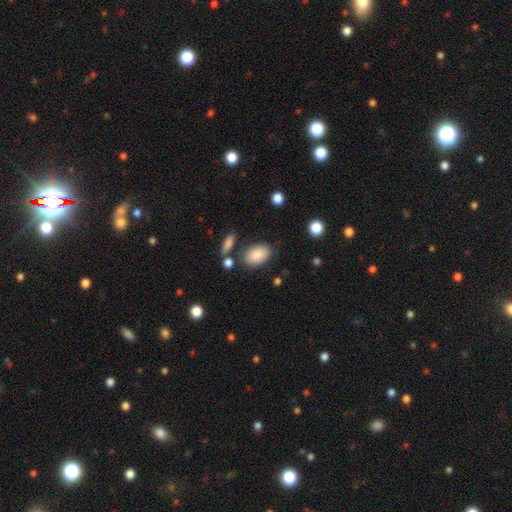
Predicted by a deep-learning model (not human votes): Smooth or featured? smooth (86%)
How rounded? in between (90%)
Merging? none (74%)